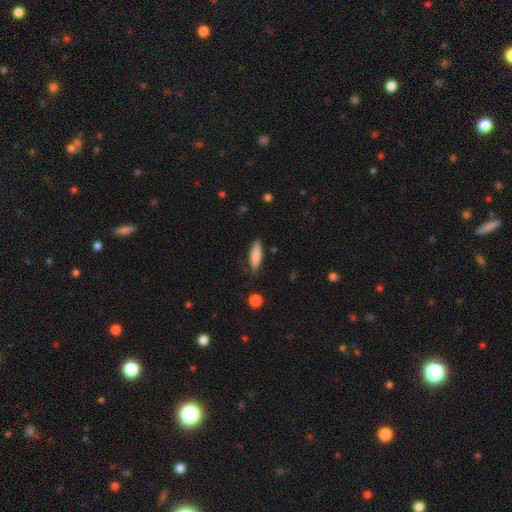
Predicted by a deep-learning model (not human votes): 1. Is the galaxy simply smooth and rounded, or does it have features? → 83% smooth, 11% featured or disk, 6% star or artifact.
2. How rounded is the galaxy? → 57% cigar-shaped, 41% in between, 2% round.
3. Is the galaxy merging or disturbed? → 77% none, 18% minor disturbance, 4% major disturbance, 2% merger.